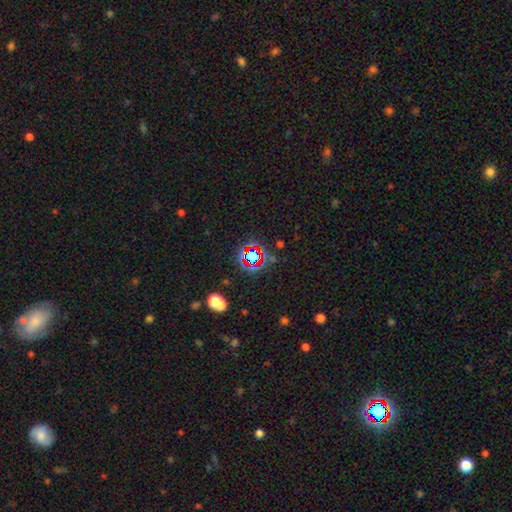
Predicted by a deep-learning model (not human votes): Smooth or featured? star or artifact (67%)